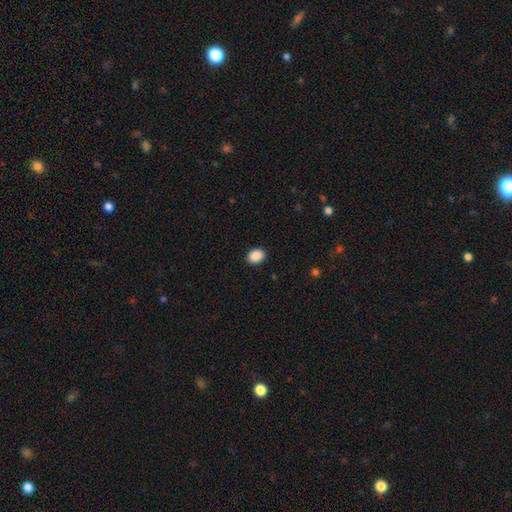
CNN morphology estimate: Smooth or featured? Predicted: smooth (p=0.90). How rounded? Predicted: in between (p=0.65). Merging? Predicted: none (p=0.90).